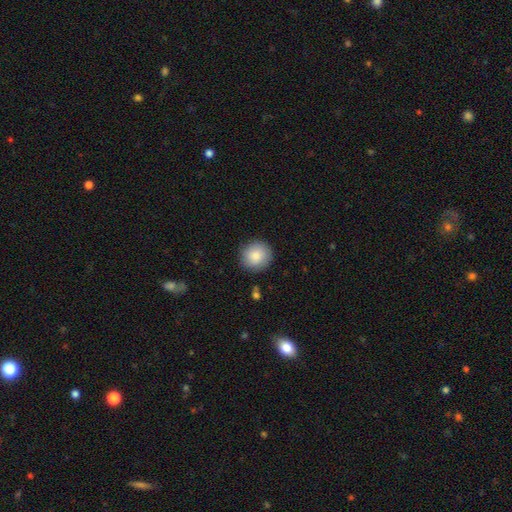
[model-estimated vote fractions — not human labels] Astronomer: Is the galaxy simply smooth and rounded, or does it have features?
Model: smooth — 85%.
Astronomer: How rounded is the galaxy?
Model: round — 90%.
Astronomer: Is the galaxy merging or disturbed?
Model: none — 88%.